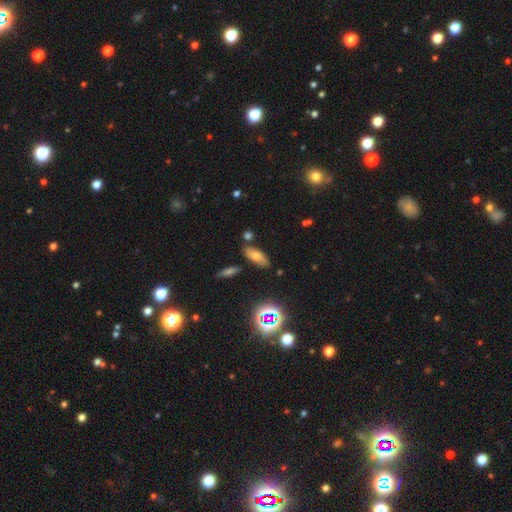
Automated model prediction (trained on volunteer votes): Smooth or featured? smooth (67%)
How rounded? in between (76%)
Merging? none (79%)